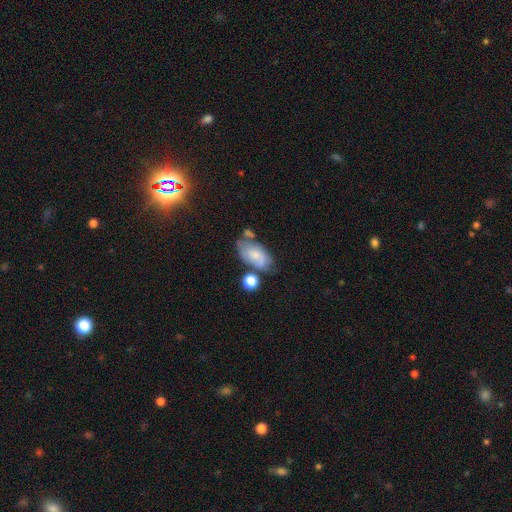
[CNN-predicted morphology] Overall: smooth (61%; featured or disk 31%). How rounded: in between (91%). Merging: none (44%; minor disturbance 25%).